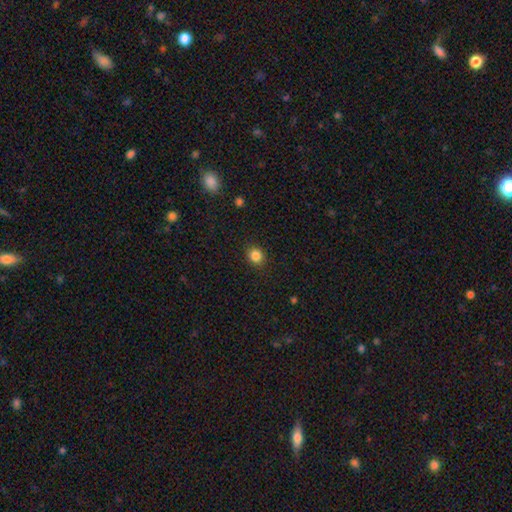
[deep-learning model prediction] smooth-or-featured: smooth: 85% | star or artifact: 11% | featured or disk: 4%
  how-rounded: round: 78% | in between: 21% | cigar-shaped: 1%
  merging: none: 90% | minor disturbance: 7% | major disturbance: 2% | merger: 1%